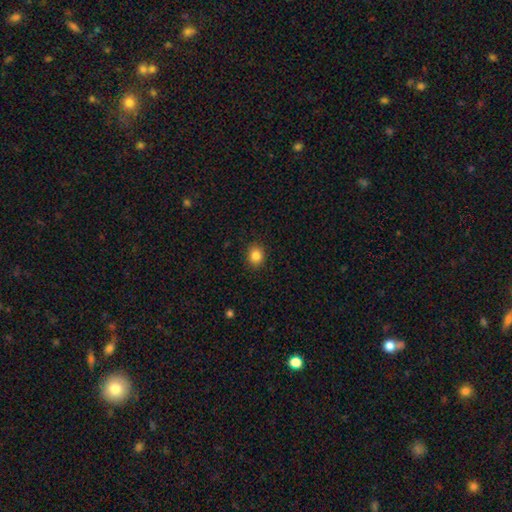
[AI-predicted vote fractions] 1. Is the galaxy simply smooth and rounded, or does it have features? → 86% smooth, 10% star or artifact, 4% featured or disk.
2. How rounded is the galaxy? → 73% round, 27% in between, 1% cigar-shaped.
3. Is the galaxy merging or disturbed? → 90% none, 7% minor disturbance, 2% major disturbance, 1% merger.